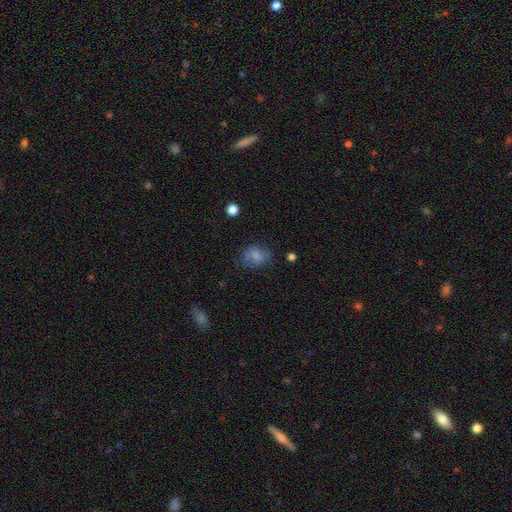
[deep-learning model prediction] smooth-or-featured: smooth: 77% | featured or disk: 12% | star or artifact: 11%
  how-rounded: in between: 58% | round: 41% | cigar-shaped: 1%
  merging: none: 61% | minor disturbance: 25% | major disturbance: 11% | merger: 3%